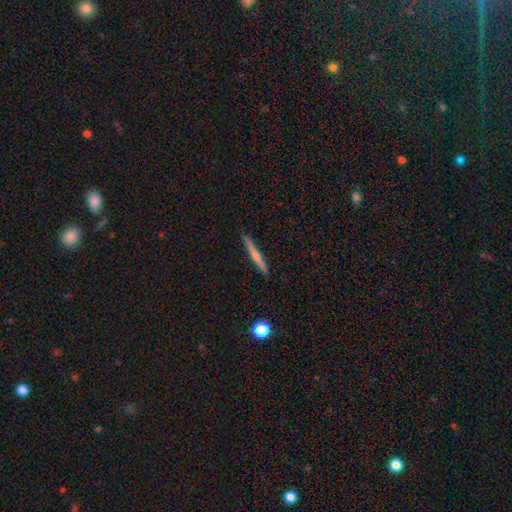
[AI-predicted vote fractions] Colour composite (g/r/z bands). It shows a featured or disk galaxy (51%) viewed edge-on (97%). Merging: none (90%).